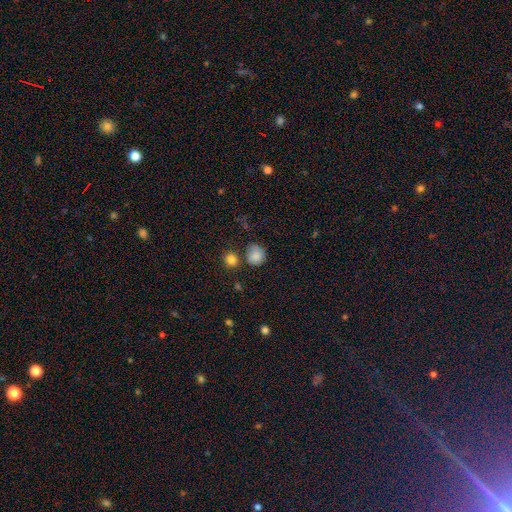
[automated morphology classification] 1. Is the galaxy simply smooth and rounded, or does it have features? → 83% smooth, 10% star or artifact, 7% featured or disk.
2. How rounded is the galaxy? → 84% round, 15% in between, 1% cigar-shaped.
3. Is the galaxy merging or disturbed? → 62% none, 20% minor disturbance, 12% merger, 6% major disturbance.